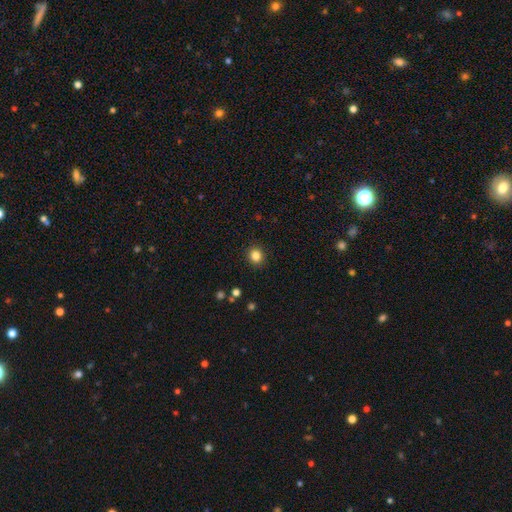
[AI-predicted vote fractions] A smooth galaxy with no disk features (84%) that is round (84%). Merging: none (91%).